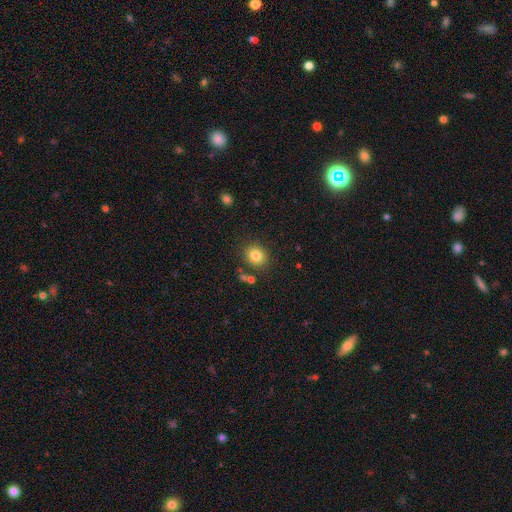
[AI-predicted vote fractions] A smooth galaxy with no disk features (82%) that is round (68%). Merging: none (82%).